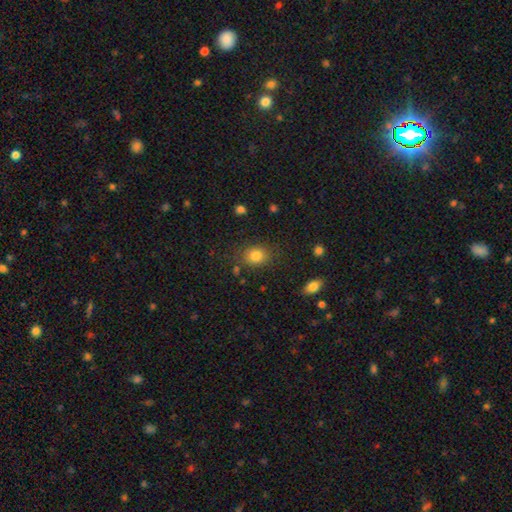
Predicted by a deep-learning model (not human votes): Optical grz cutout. It shows a smooth galaxy with no disk features (83%) that is round (52%). Merging: none (79%).